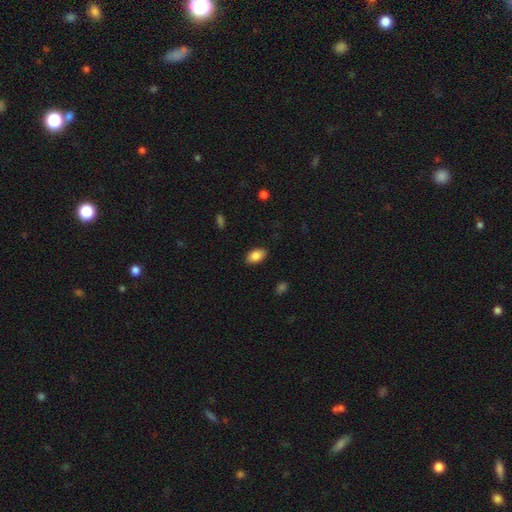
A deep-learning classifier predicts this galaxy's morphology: type=smooth (86%); roundness=in between (92%); merging=none (87%).